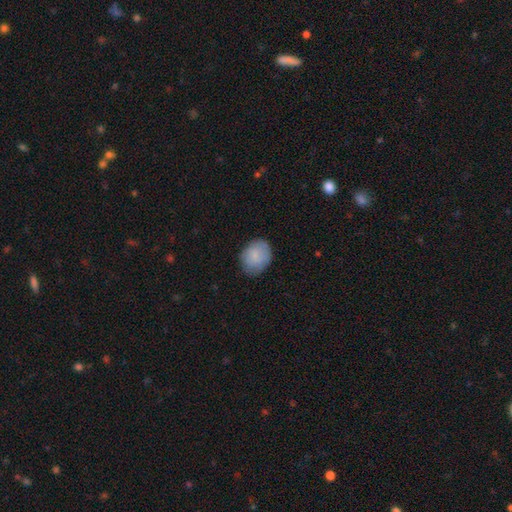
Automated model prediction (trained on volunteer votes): Smooth or featured? Predicted: smooth (p=0.83). How rounded? Predicted: in between (p=0.54). Merging? Predicted: none (p=0.73).